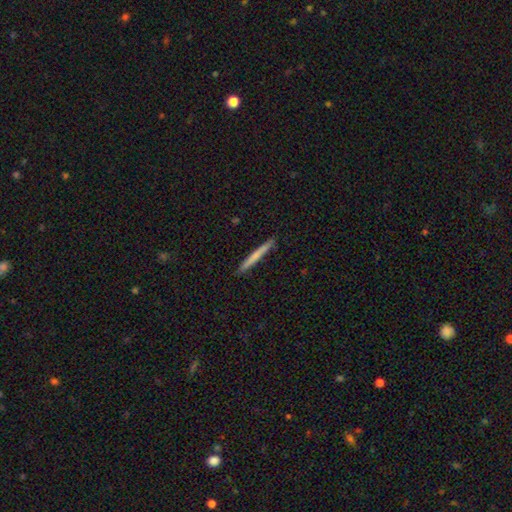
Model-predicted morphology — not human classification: A smooth galaxy with no disk features (64%) that is cigar-shaped (97%). Merging: none (91%).